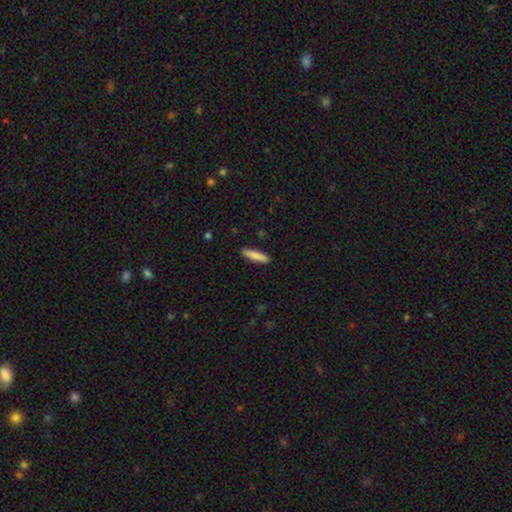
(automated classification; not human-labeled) smooth-or-featured: smooth: 85% | featured or disk: 9% | star or artifact: 6%
  how-rounded: cigar-shaped: 79% | in between: 19% | round: 1%
  merging: none: 90% | minor disturbance: 7% | major disturbance: 2% | merger: 1%